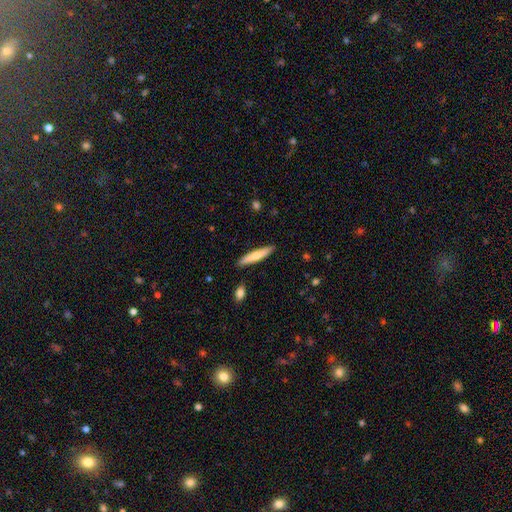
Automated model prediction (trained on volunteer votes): A smooth galaxy with no disk features (67%) that is cigar-shaped (88%). Merging: none (88%).